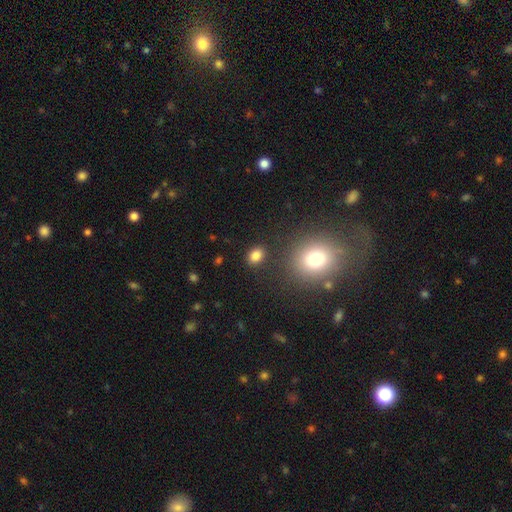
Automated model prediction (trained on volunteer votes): smooth_or_featured: smooth (p=0.82) [alt: star or artifact p=0.12]
how_rounded: in between (p=0.60) [alt: round p=0.39]
merging: none (p=0.85) [alt: minor disturbance p=0.08]